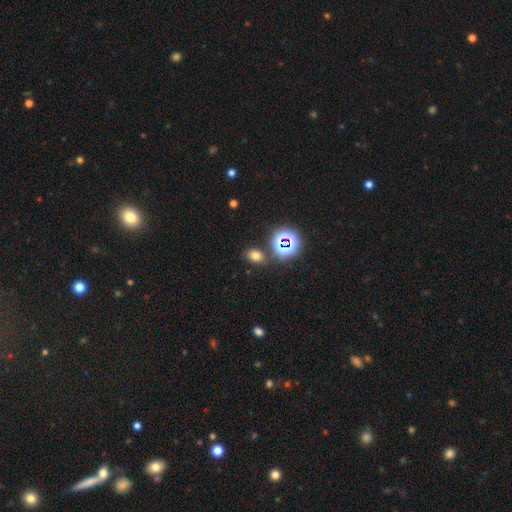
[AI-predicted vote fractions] A smooth galaxy with no disk features (66%) that is in between round and cigar-shaped (69%). Merging: none (80%).